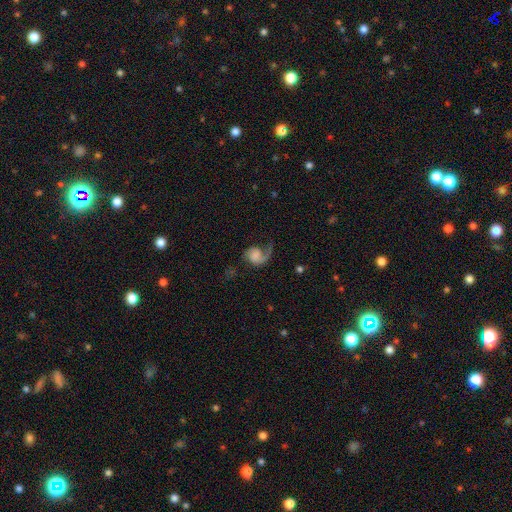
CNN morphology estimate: This appears to be a featured or disk galaxy (72%) with no bar (65%), 1 (57%) loose (57%) spiral arms (94%) and no central bulge (47%). Merging: none (45%).